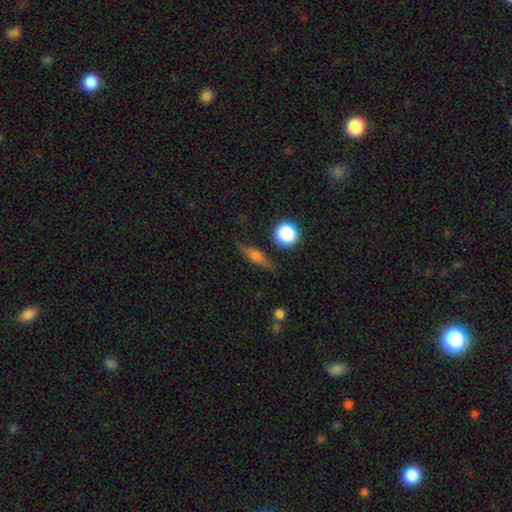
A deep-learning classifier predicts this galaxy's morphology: smooth-or-featured: featured or disk: 54% | smooth: 35% | star or artifact: 11%
  disk-edge-on: yes: 91% | no: 9%
  merging: none: 77% | minor disturbance: 16% | major disturbance: 5% | merger: 2%